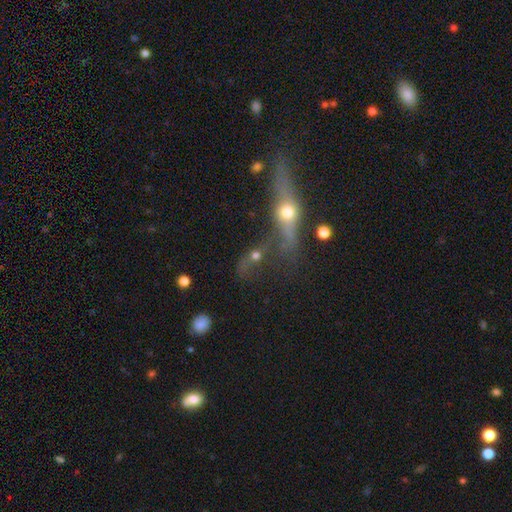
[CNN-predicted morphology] Q: Smooth or featured?
A: featured or disk (44%); runner-up: smooth (35%)
Q: Merging?
A: none (40%); runner-up: merger (27%)